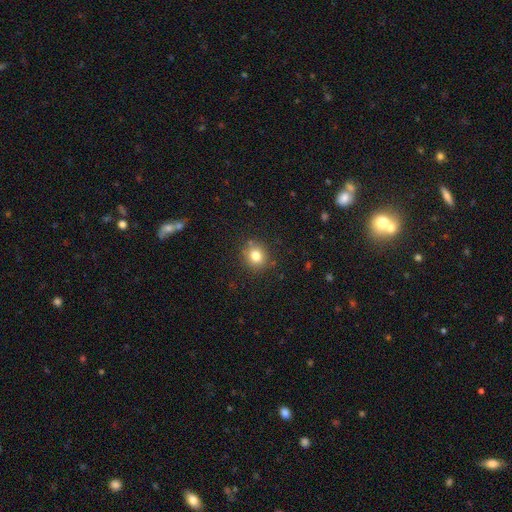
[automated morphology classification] A smooth galaxy with no disk features (80%) that is round (84%).

Vote fractions:
- Smooth or featured? smooth: 80% / star or artifact: 12% / featured or disk: 8%
- How rounded? round: 84% / in between: 15% / cigar-shaped: 1%
- Merging? none: 85% / minor disturbance: 10% / major disturbance: 3% / merger: 2%